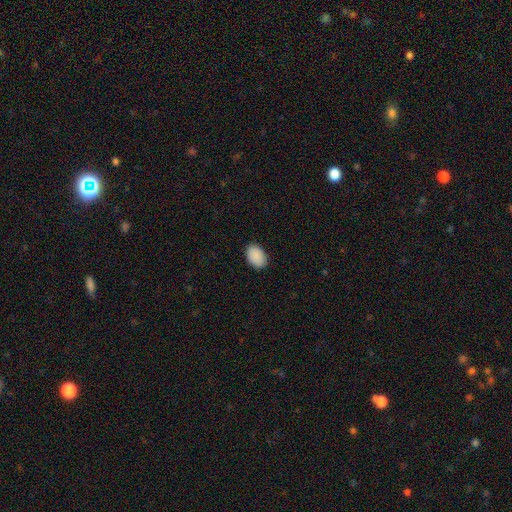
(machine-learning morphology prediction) A smooth galaxy with no disk features (90%) that is in between round and cigar-shaped (80%).

Vote fractions:
- Smooth or featured? smooth: 90% / star or artifact: 7% / featured or disk: 3%
- How rounded? in between: 80% / round: 19% / cigar-shaped: 1%
- Merging? none: 87% / minor disturbance: 10% / major disturbance: 2% / merger: 1%